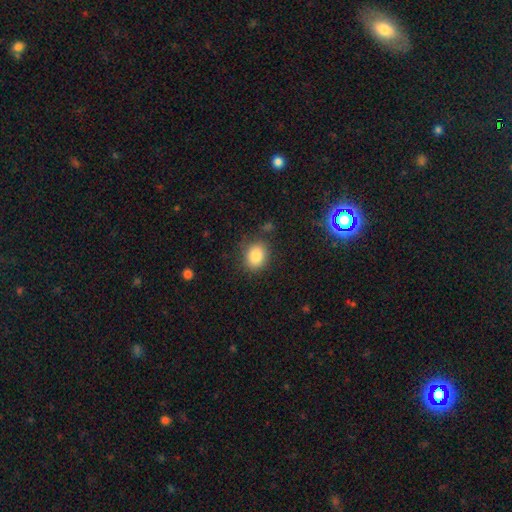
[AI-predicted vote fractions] smooth 86%, star or artifact 9%, featured or disk 5%. Down the decision tree: how rounded — round (57%); merging — none (80%).